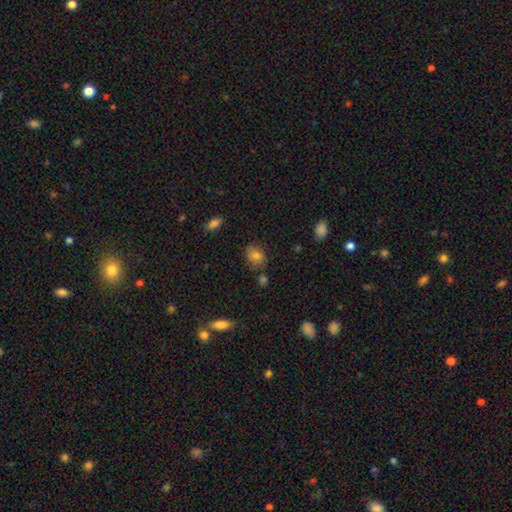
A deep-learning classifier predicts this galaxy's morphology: Smooth or featured?
  - smooth: 79% *
  - star or artifact: 11%
  - featured or disk: 10%
How rounded?
  - in between: 61% *
  - round: 38%
  - cigar-shaped: 1%
Merging?
  - none: 71% *
  - minor disturbance: 20%
  - merger: 5%
  - major disturbance: 5%